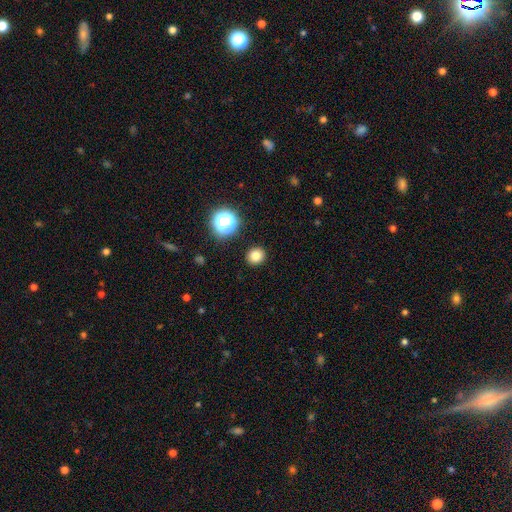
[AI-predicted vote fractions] A smooth galaxy with no disk features (80%) that is round (88%). Merging: none (92%).